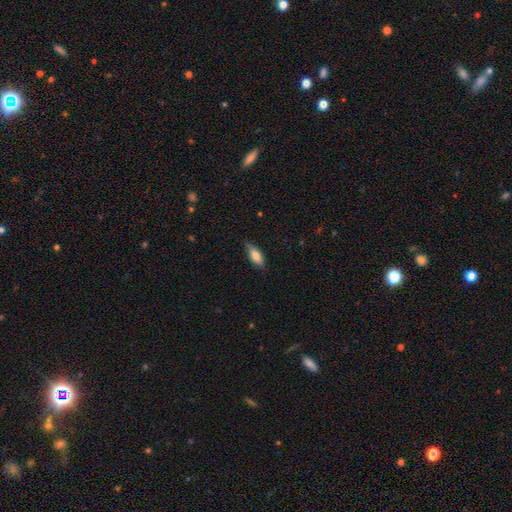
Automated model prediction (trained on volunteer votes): smooth 75%, featured or disk 18%, star or artifact 6%. Down the decision tree: how rounded — in between (70%); merging — none (78%).